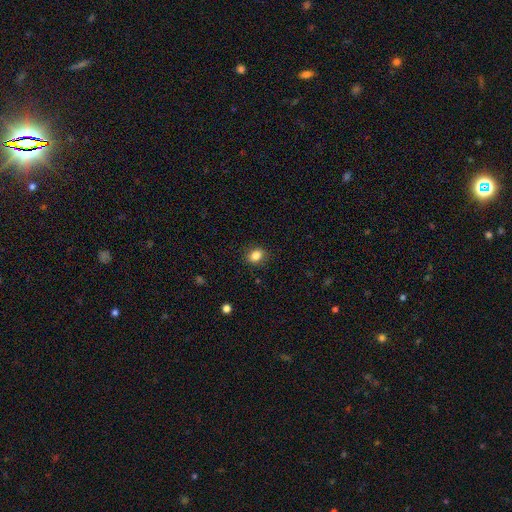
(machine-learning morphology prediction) smooth 84%, star or artifact 10%, featured or disk 5%. Down the decision tree: how rounded — in between (52%); merging — none (86%).